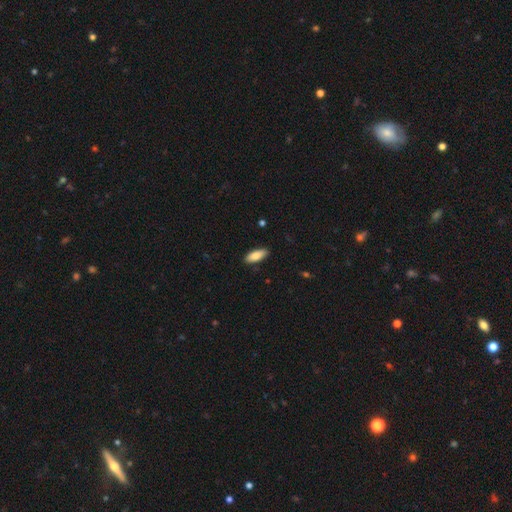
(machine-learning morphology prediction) A smooth galaxy with no disk features (83%) that is in between round and cigar-shaped (78%). Merging: none (88%).